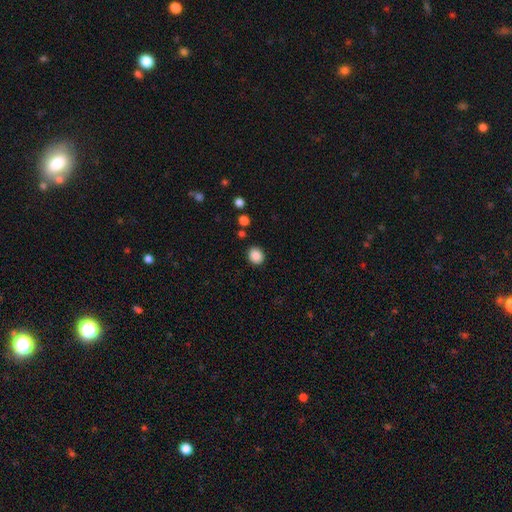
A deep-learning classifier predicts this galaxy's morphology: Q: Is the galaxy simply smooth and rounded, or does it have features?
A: smooth — 88%.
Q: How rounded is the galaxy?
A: round — 68%.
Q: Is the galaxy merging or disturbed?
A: none — 87%.